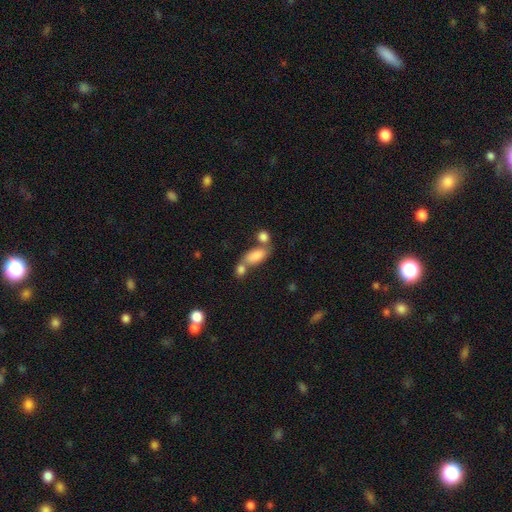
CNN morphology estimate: Smooth or featured? Predicted: smooth (p=0.81). How rounded? Predicted: in between (p=0.87). Merging? Predicted: merger (p=0.46).